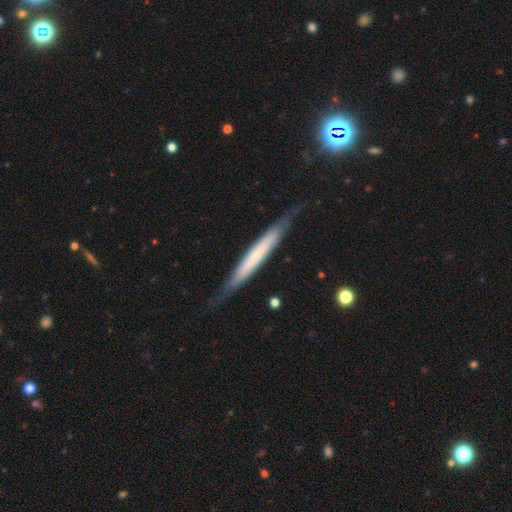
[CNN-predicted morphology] Smooth or featured? Predicted: featured or disk (p=0.50). Merging? Predicted: none (p=0.77).